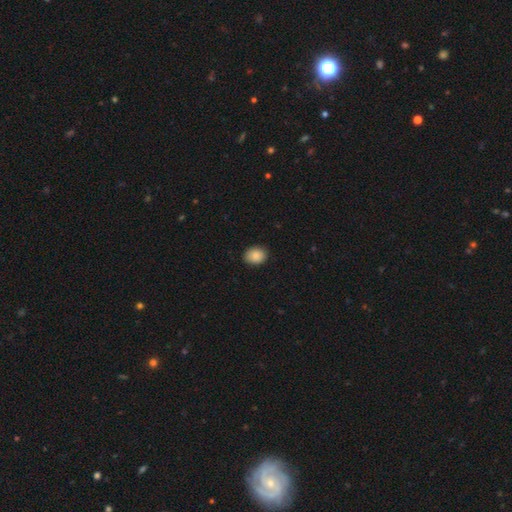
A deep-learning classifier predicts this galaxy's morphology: smooth-or-featured: smooth: 88% | star or artifact: 8% | featured or disk: 4%
  how-rounded: in between: 59% | round: 40% | cigar-shaped: 1%
  merging: none: 87% | minor disturbance: 10% | major disturbance: 2% | merger: 1%